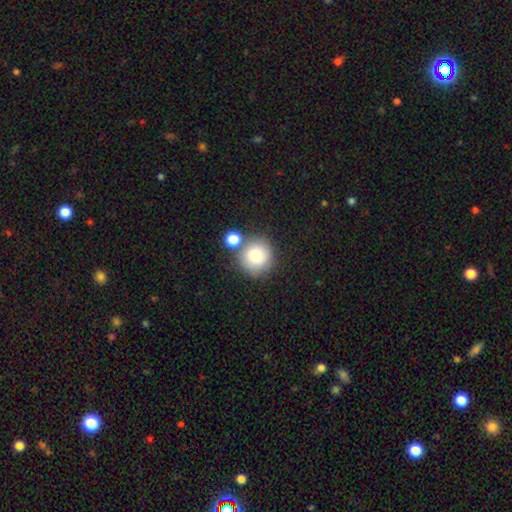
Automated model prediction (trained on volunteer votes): Overall: smooth (82%). How rounded: round (92%). Merging: none (65%).